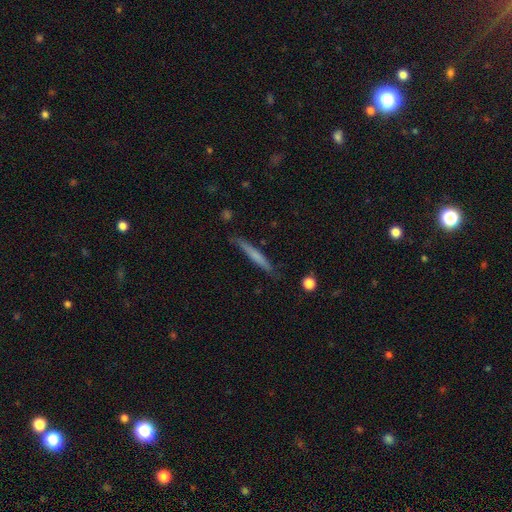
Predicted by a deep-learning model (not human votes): smooth-or-featured: smooth: 61% | featured or disk: 34% | star or artifact: 6%
  how-rounded: cigar-shaped: 96% | in between: 3% | round: 1%
  merging: none: 82% | minor disturbance: 14% | major disturbance: 2% | merger: 2%